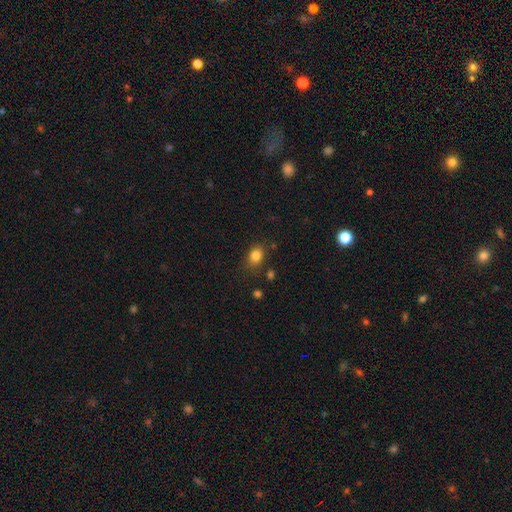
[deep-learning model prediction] Overall: smooth (83%). How rounded: in between (61%; round 38%). Merging: none (77%).